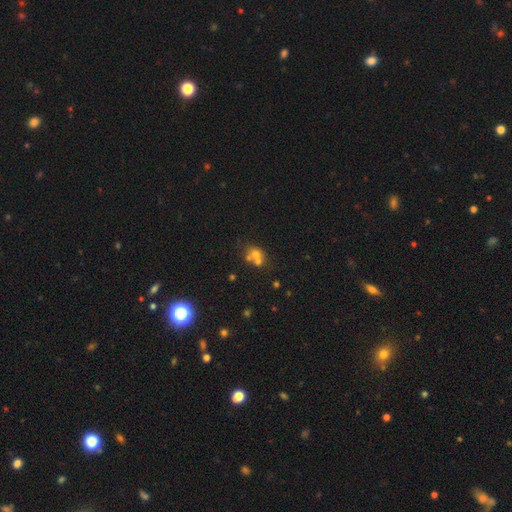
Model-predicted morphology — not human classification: Smooth or featured?
  - smooth: 61% *
  - featured or disk: 21%
  - star or artifact: 18%
How rounded?
  - round: 69% *
  - in between: 30%
  - cigar-shaped: 1%
Merging?
  - merger: 49% *
  - none: 38%
  - minor disturbance: 9%
  - major disturbance: 4%